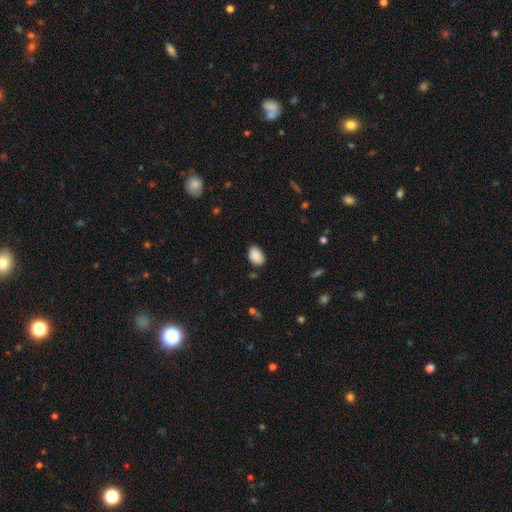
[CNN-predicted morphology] The model was most divided on "merging": none: 80%, minor disturbance: 15%, major disturbance: 3%, merger: 2%. More confident: smooth or featured — smooth (89%); how rounded — in between (84%).